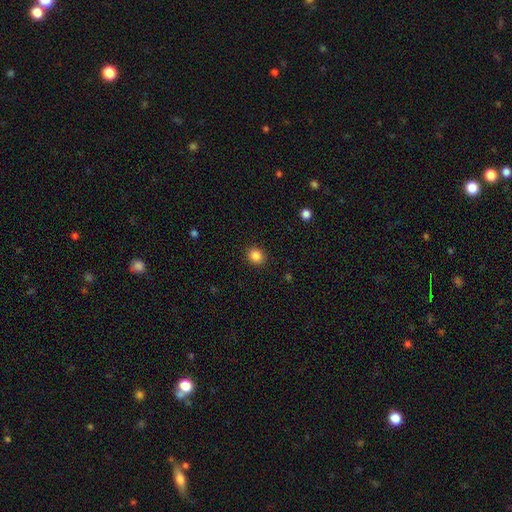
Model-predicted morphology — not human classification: type=smooth (85%); roundness=round (76%); merging=none (90%).